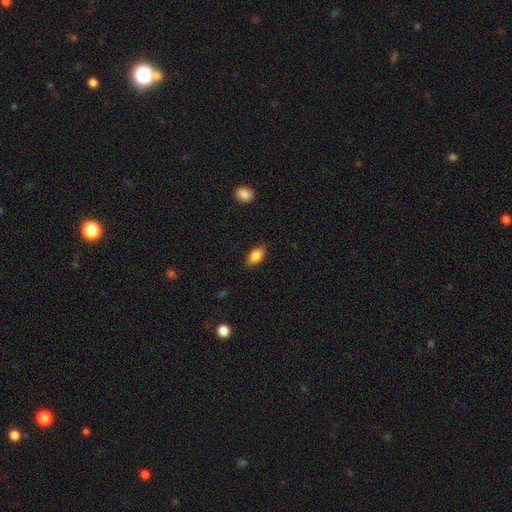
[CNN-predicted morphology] smooth 80%, featured or disk 13%, star or artifact 8%. Down the decision tree: how rounded — in between (87%); merging — none (83%).